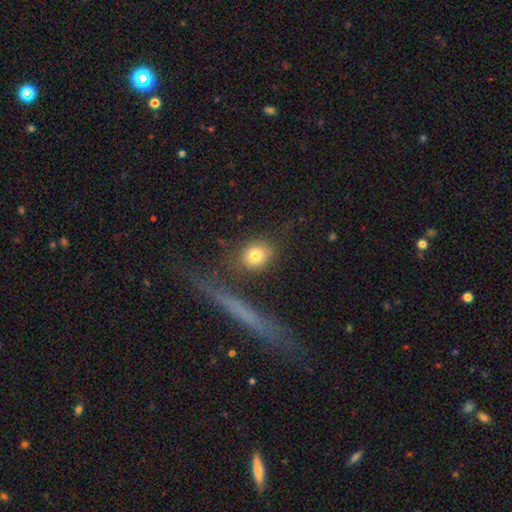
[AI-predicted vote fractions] smooth_or_featured: smooth (p=0.76) [alt: featured or disk p=0.13]
how_rounded: round (p=0.71) [alt: in between p=0.25]
merging: none (p=0.70) [alt: minor disturbance p=0.12]